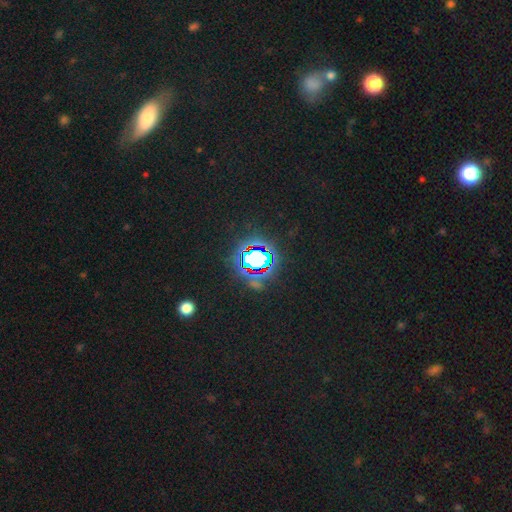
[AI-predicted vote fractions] Smooth or featured? Predicted: star or artifact (p=0.71).